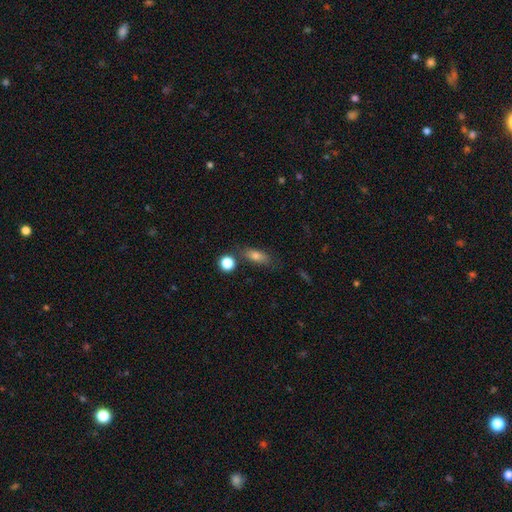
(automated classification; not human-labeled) Smooth or featured? smooth (77%)
How rounded? in between (70%)
Merging? none (71%)